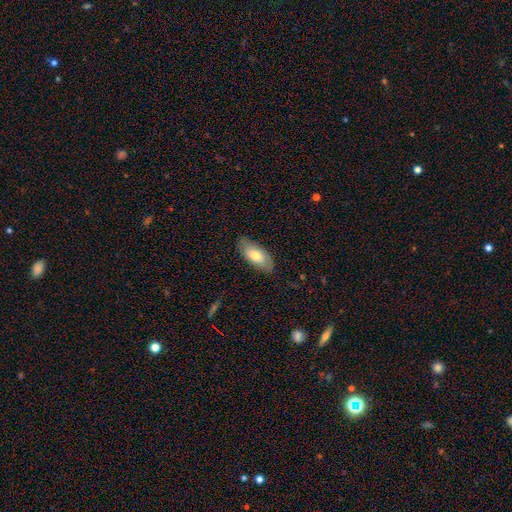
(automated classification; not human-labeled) Q: Smooth or featured?
A: smooth (64%); runner-up: featured or disk (30%)
Q: How rounded?
A: in between (89%); runner-up: cigar-shaped (8%)
Q: Merging?
A: none (83%); runner-up: minor disturbance (14%)